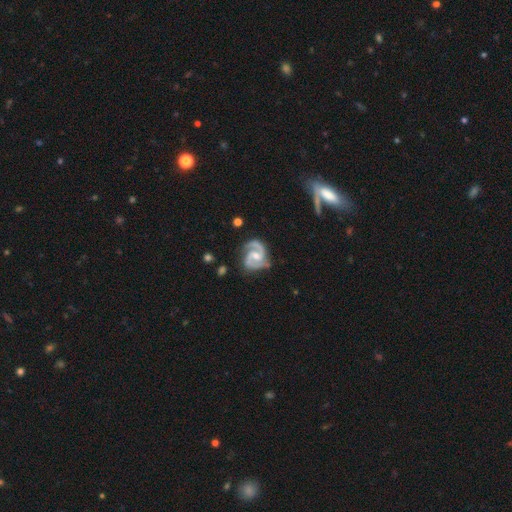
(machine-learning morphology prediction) smooth-or-featured: featured or disk: 92% | smooth: 4% | star or artifact: 4%
  disk-edge-on: no: 98% | yes: 2%
    bar: no: 44% | weak: 43% | strong: 13%
    has-spiral-arms: yes: 98% | no: 2%
      spiral-winding: medium: 60% | tight: 27% | loose: 12%
      spiral-arm-count: 2: 92% | 3: 3% | can't tell: 2% | 1: 1% | 4: 1% | more than 4: 1%
    bulge-size: moderate: 54% | small: 40% | none: 3% | large: 2% | dominant: 1%
  merging: none: 72% | minor disturbance: 19% | major disturbance: 6% | merger: 2%